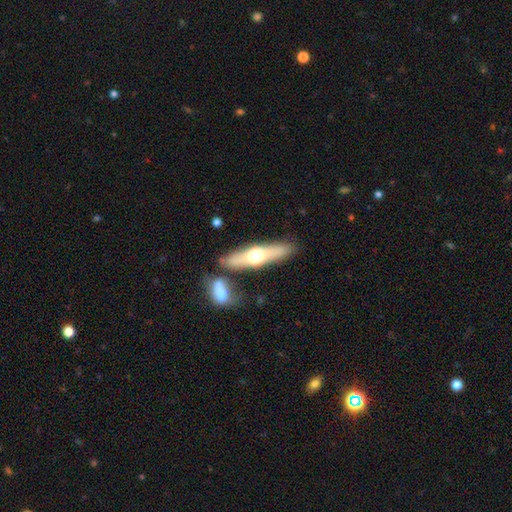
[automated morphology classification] This appears to be a featured or disk galaxy (50%) viewed edge-on (85%). Merging: none (76%).